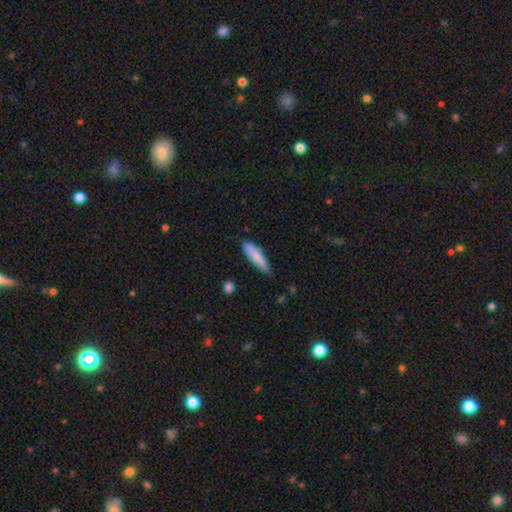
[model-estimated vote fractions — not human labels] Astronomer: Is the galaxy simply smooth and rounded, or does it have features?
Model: smooth — 82%.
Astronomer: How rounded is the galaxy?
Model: cigar-shaped — 76%.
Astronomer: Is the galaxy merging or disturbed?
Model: none — 72%.